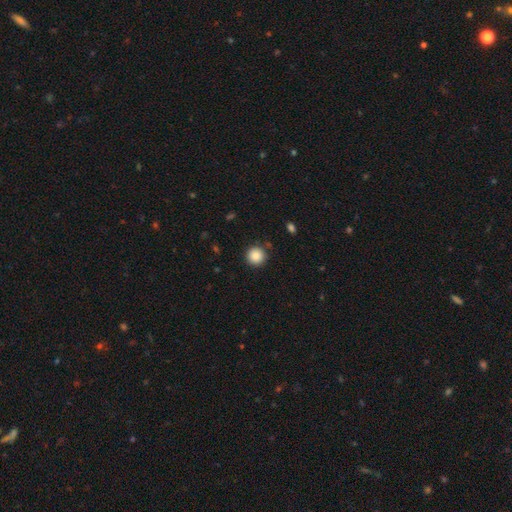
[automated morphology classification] type=smooth (87%); roundness=round (95%); merging=none (88%).